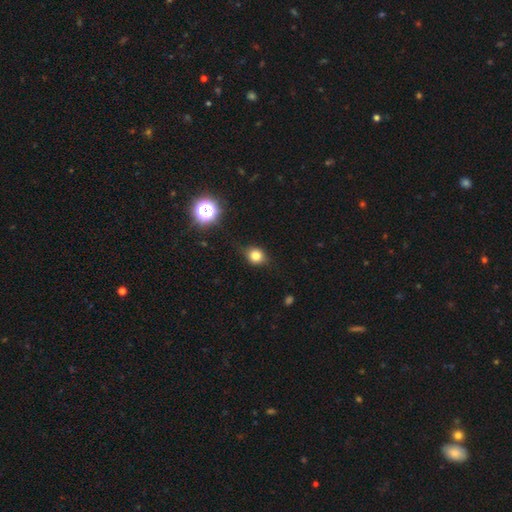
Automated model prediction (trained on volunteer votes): Smooth or featured? Predicted: smooth (p=0.78). How rounded? Predicted: round (p=0.65). Merging? Predicted: none (p=0.75).